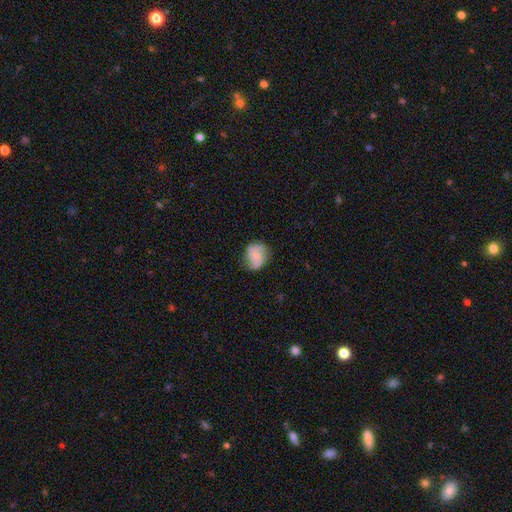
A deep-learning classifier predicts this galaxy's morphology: A smooth galaxy with no disk features (48%). Merging: none (67%).